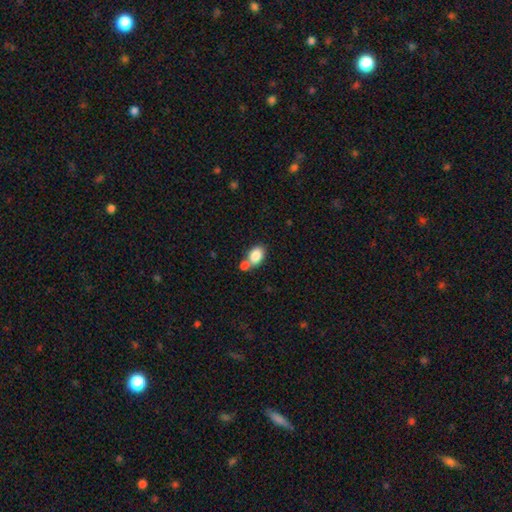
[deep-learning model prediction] Overall: smooth (84%). How rounded: in between (82%). Merging: none (44%; merger 42%).